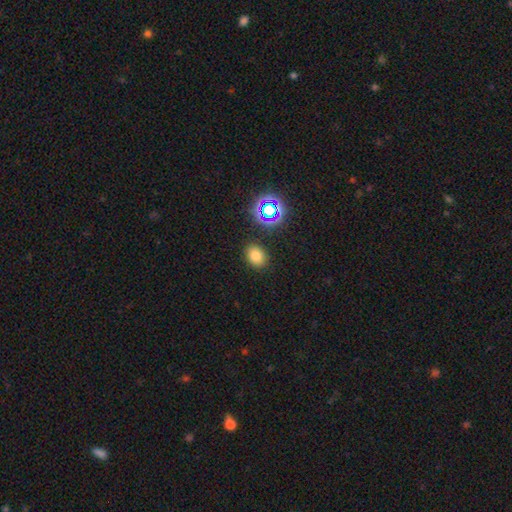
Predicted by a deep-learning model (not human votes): A smooth galaxy with no disk features (76%) that is in between round and cigar-shaped (56%).

Vote fractions:
- Smooth or featured? smooth: 76% / star or artifact: 18% / featured or disk: 6%
- How rounded? in between: 56% / round: 43% / cigar-shaped: 1%
- Merging? none: 86% / minor disturbance: 9% / major disturbance: 3% / merger: 2%